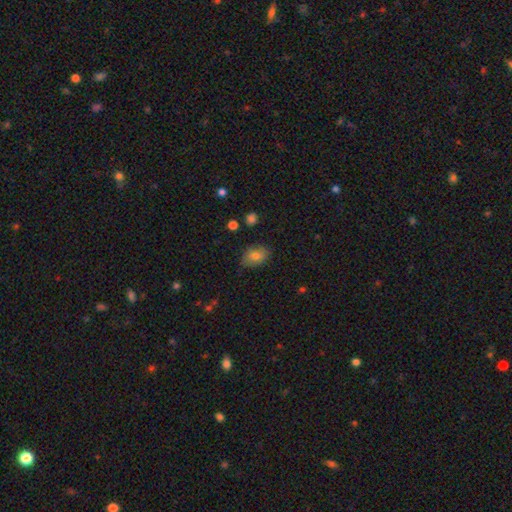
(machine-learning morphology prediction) A smooth galaxy with no disk features (80%) that is in between round and cigar-shaped (83%). Merging: none (76%).